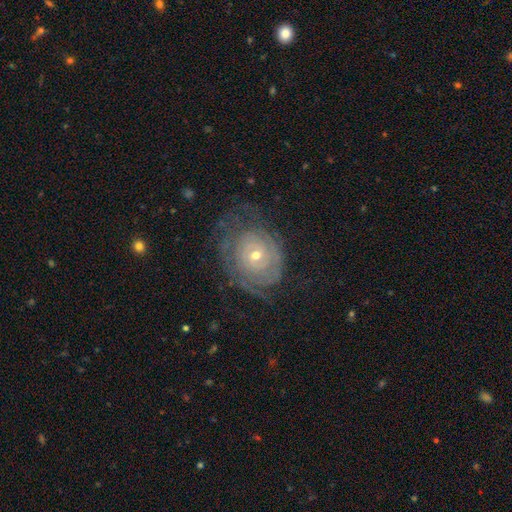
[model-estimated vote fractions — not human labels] smooth-or-featured: featured or disk: 74% | smooth: 17% | star or artifact: 8%
  disk-edge-on: no: 96% | yes: 4%
    bar: no: 81% | weak: 16% | strong: 4%
    has-spiral-arms: yes: 78% | no: 22%
      spiral-winding: tight: 77% | medium: 16% | loose: 7%
      spiral-arm-count: can't tell: 57% | 2: 17% | 3: 9% | 4: 7% | 1: 6% | more than 4: 5%
    bulge-size: small: 59% | moderate: 37% | large: 2% | none: 1% | dominant: 1%
  merging: none: 62% | minor disturbance: 20% | major disturbance: 16% | merger: 1%